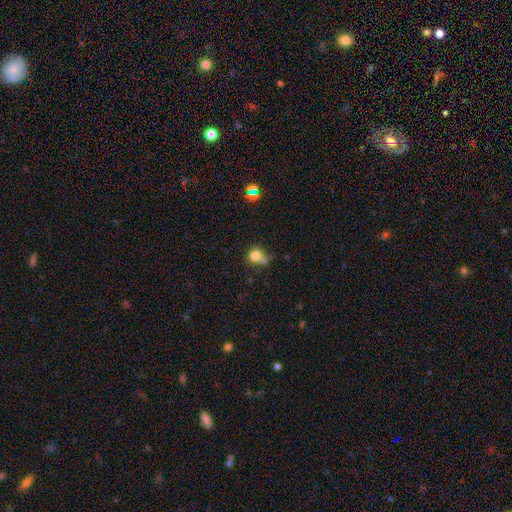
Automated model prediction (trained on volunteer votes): The model was most divided on "merging": none: 45%, merger: 28%, minor disturbance: 18%, major disturbance: 9%. More confident: how rounded — round (78%); smooth or featured — smooth (75%).